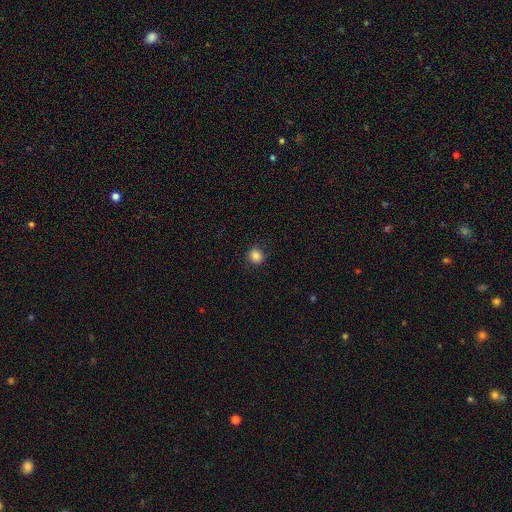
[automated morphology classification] This is clearly a smooth galaxy (82%). How rounded: clearly round (90%). Merging: clearly none (87%).